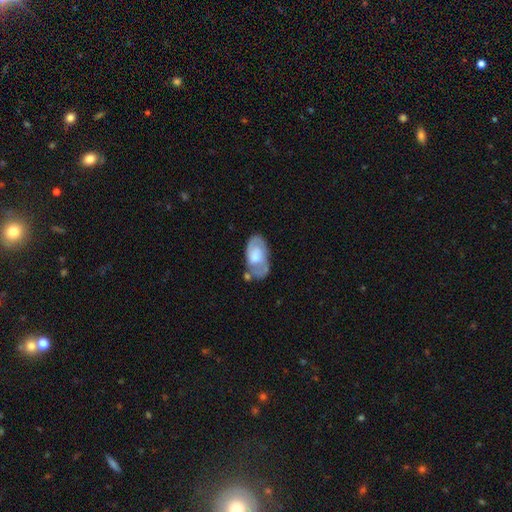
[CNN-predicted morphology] This is likely a featured or disk galaxy (61%). It is clearly not viewed edge-on (95%). Bar: likely no (63%). Spiral arm pattern: likely yes (78%). Central bulge: possibly moderate (50%). Merging: possibly none (56%).